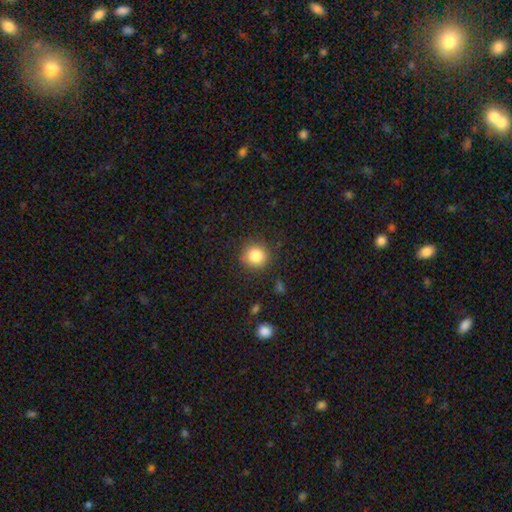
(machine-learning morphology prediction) Overall: smooth (84%). How rounded: round (92%). Merging: none (87%).